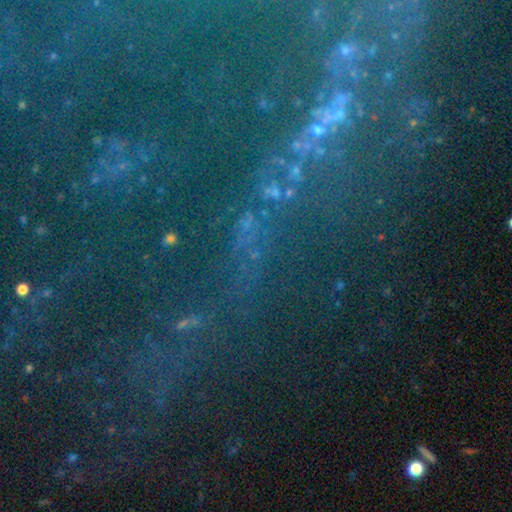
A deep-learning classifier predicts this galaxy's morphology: Q: Smooth or featured?
A: star or artifact (73%); runner-up: featured or disk (15%)